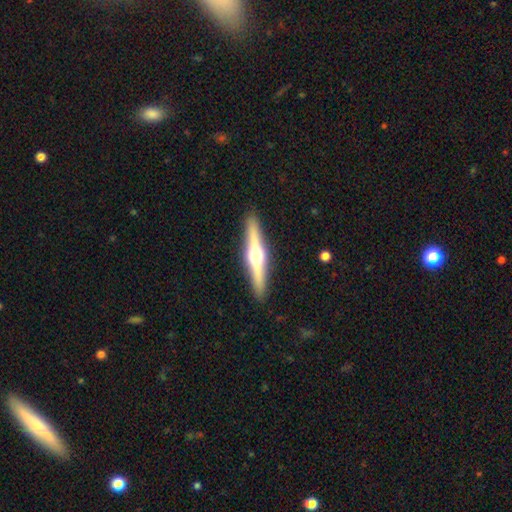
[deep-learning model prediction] featured or disk 72%, smooth 23%, star or artifact 5%. Down the decision tree: edge-on disk — yes (97%); edge-on bulge — rounded (95%); merging — none (91%).